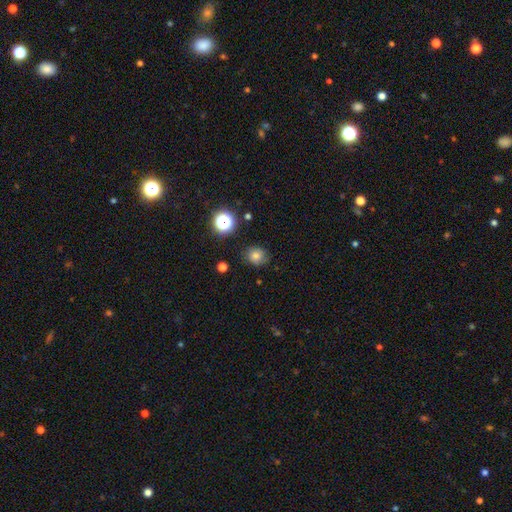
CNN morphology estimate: Smooth or featured?
  - smooth: 74% *
  - star or artifact: 17%
  - featured or disk: 9%
How rounded?
  - round: 79% *
  - in between: 20%
  - cigar-shaped: 1%
Merging?
  - none: 81% *
  - minor disturbance: 14%
  - major disturbance: 4%
  - merger: 2%